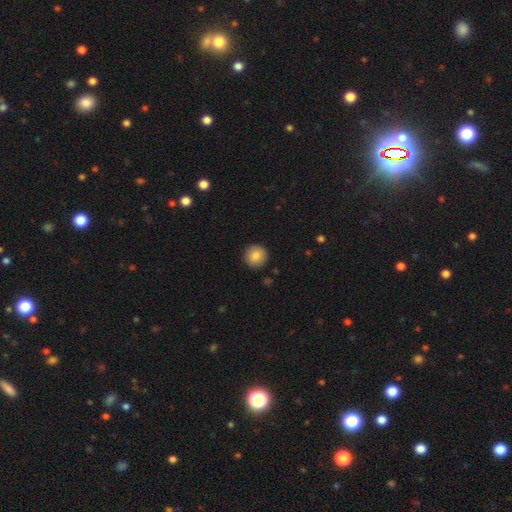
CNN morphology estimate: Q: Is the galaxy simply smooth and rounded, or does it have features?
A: smooth — 86%.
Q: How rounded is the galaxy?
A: round — 94%.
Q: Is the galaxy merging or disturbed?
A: none — 92%.